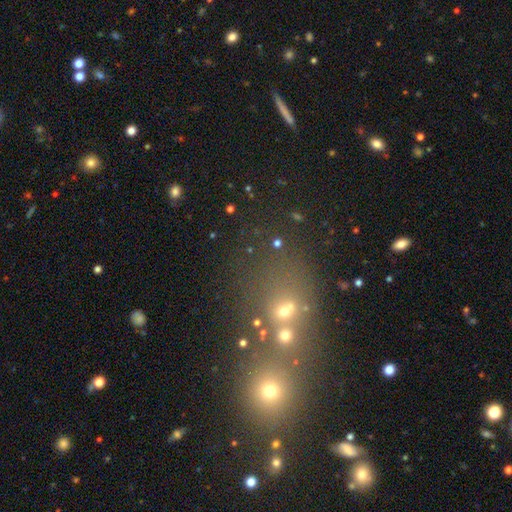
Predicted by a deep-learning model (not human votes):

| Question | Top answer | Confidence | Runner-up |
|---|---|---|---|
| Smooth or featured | star or artifact | 50% | smooth (38%) |